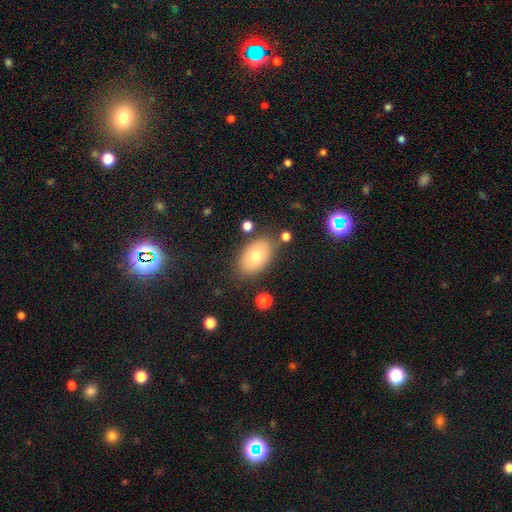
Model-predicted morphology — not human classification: Q: Smooth or featured?
A: smooth (73%); runner-up: featured or disk (19%)
Q: How rounded?
A: in between (89%); runner-up: round (10%)
Q: Merging?
A: none (79%); runner-up: minor disturbance (14%)